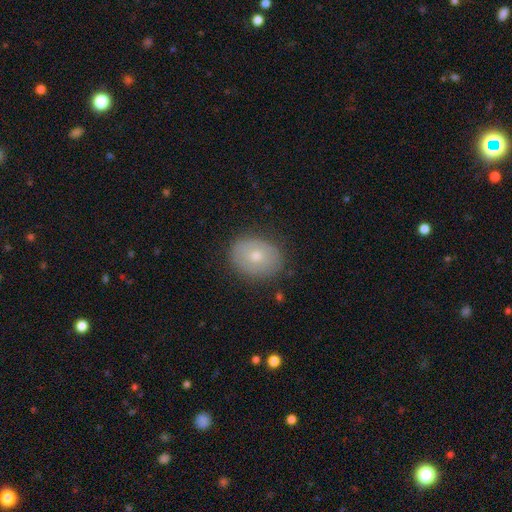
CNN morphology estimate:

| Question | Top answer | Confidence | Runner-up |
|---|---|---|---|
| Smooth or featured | smooth | 62% | featured or disk (30%) |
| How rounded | in between | 55% | round (44%) |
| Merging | none | 82% | minor disturbance (13%) |